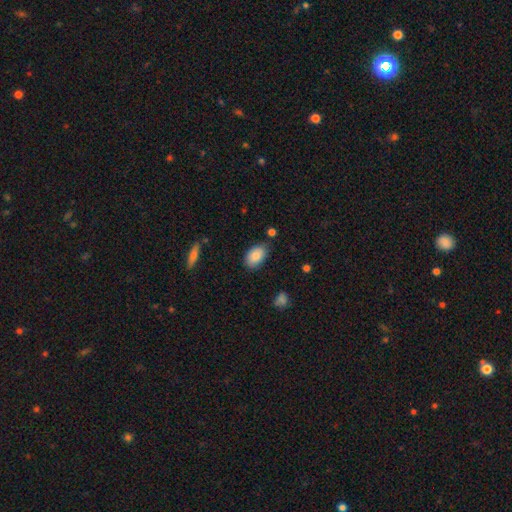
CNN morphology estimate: This appears to be a smooth galaxy with no disk features (85%) that is in between round and cigar-shaped (92%). Merging: none (80%).